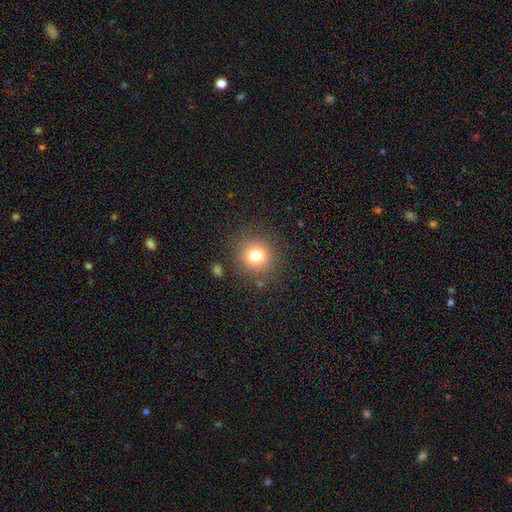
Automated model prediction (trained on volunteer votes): Smooth or featured? smooth (77%)
How rounded? round (91%)
Merging? none (86%)